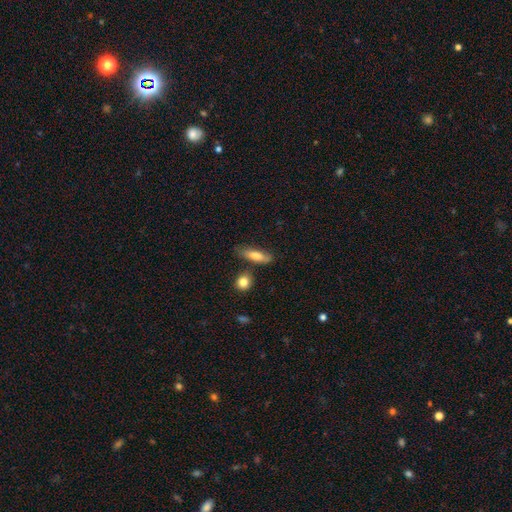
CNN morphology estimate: The model was most divided on "how rounded": cigar-shaped: 51%, in between: 46%, round: 3%. More confident: smooth or featured — smooth (74%); merging — none (70%).